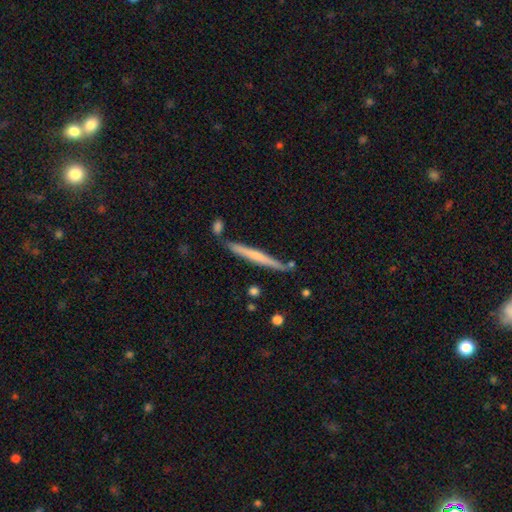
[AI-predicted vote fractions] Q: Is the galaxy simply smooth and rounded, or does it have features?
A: featured or disk — 47%, tied with smooth.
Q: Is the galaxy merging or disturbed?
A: none — 82%.